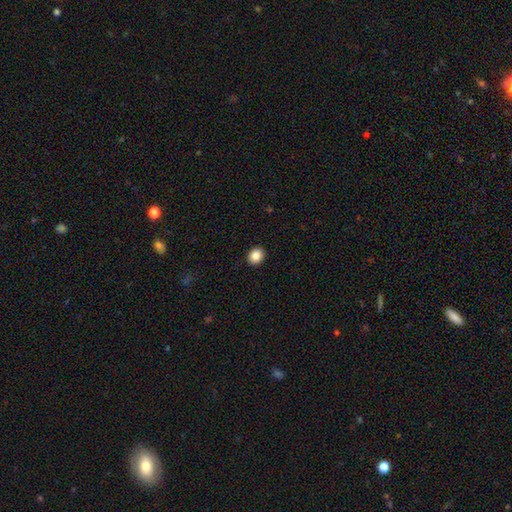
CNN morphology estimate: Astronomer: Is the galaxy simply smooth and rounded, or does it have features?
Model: smooth — 87%.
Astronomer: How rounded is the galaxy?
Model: round — 65%.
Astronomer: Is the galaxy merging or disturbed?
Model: none — 92%.